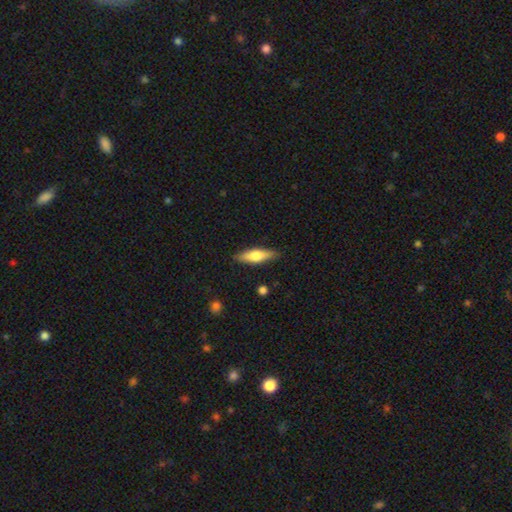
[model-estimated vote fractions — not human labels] The model was most divided on "smooth or featured": smooth: 56%, featured or disk: 38%, star or artifact: 6%. More confident: merging — none (87%); how rounded — cigar-shaped (60%).